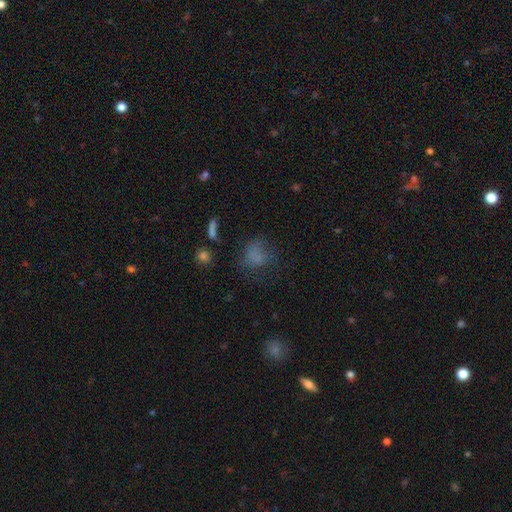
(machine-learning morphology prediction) Smooth or featured?
  - smooth: 67% *
  - star or artifact: 18%
  - featured or disk: 15%
How rounded?
  - round: 55% *
  - in between: 43%
  - cigar-shaped: 2%
Merging?
  - none: 47% *
  - major disturbance: 25%
  - minor disturbance: 23%
  - merger: 4%